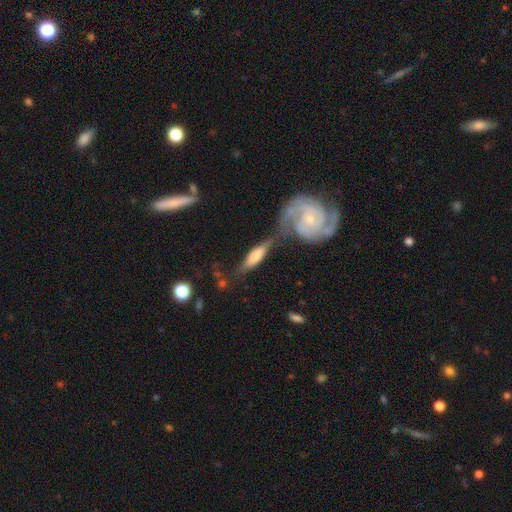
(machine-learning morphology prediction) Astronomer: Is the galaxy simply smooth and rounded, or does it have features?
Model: featured or disk — 61%.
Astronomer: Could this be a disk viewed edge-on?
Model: no — 57% (runner-up: yes, 43%).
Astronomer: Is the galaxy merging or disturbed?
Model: none — 43% (runner-up: merger, 30%).